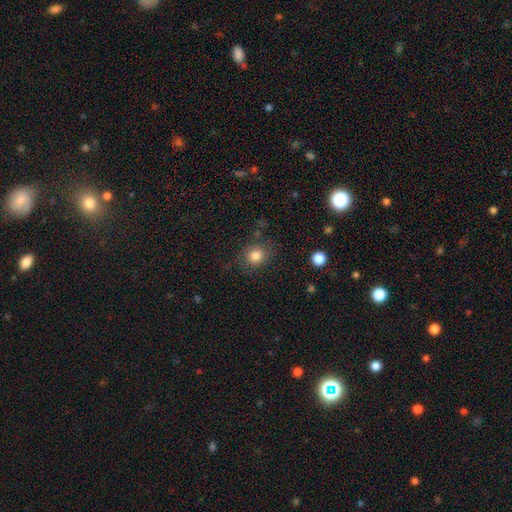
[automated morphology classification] Overall: smooth (83%). How rounded: round (77%). Merging: none (78%).